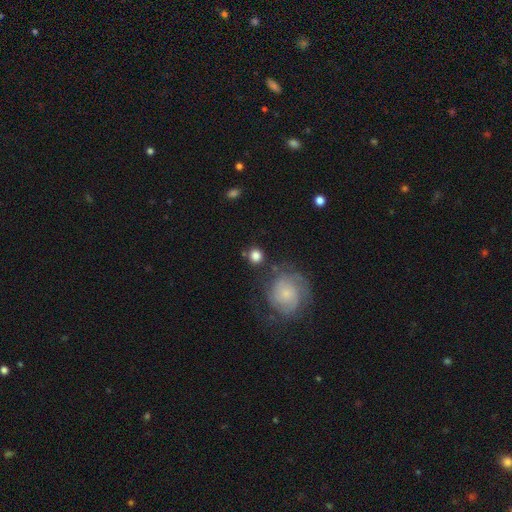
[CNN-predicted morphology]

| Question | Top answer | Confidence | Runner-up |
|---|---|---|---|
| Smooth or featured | smooth | 75% | featured or disk (16%) |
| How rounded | round | 90% | in between (8%) |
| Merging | none | 77% | minor disturbance (11%) |